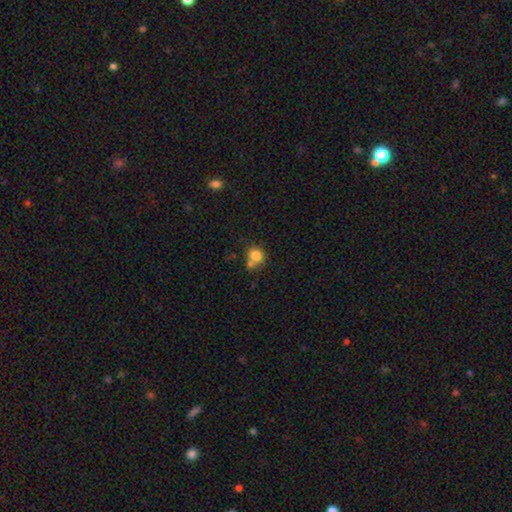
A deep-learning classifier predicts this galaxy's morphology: The model was most divided on "merging": none: 48%, merger: 36%, minor disturbance: 12%, major disturbance: 5%. More confident: smooth or featured — smooth (80%); how rounded — round (75%).